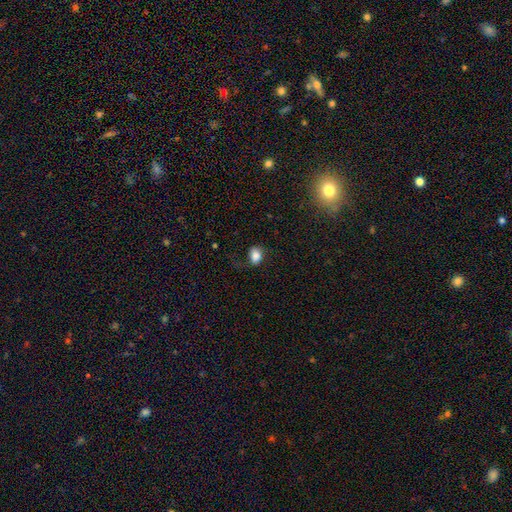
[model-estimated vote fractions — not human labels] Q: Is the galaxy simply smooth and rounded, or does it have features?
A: smooth — 83%.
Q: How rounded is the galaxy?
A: in between — 74%.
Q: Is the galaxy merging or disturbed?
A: none — 60%.